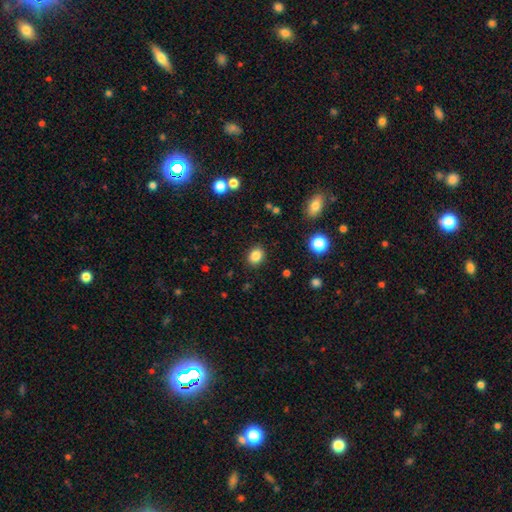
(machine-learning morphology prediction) This appears to be a smooth galaxy with no disk features (85%) that is round (57%). Merging: none (89%).